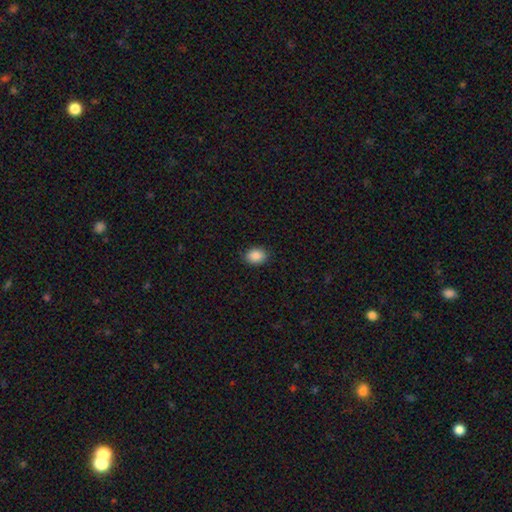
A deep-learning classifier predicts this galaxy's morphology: Smooth or featured: smooth — 89% (star or artifact — 8%)
How rounded: in between — 64% (round — 35%)
Merging: none — 87% (minor disturbance — 10%)